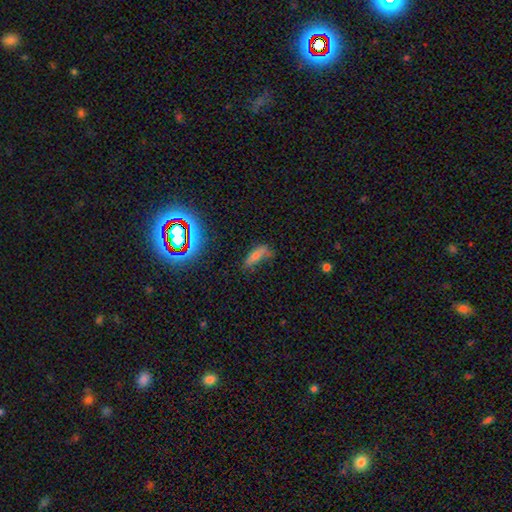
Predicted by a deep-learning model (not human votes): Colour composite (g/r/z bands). It shows a smooth galaxy with no disk features (56%) that is in between round and cigar-shaped (58%). Merging: none (43%).